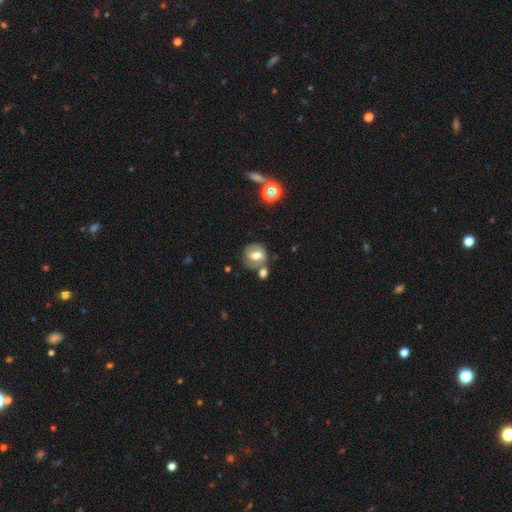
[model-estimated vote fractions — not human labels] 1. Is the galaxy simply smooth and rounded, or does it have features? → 54% smooth, 35% featured or disk, 11% star or artifact.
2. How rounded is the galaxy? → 63% round, 35% in between, 2% cigar-shaped.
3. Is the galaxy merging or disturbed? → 53% none, 26% merger, 15% minor disturbance, 6% major disturbance.